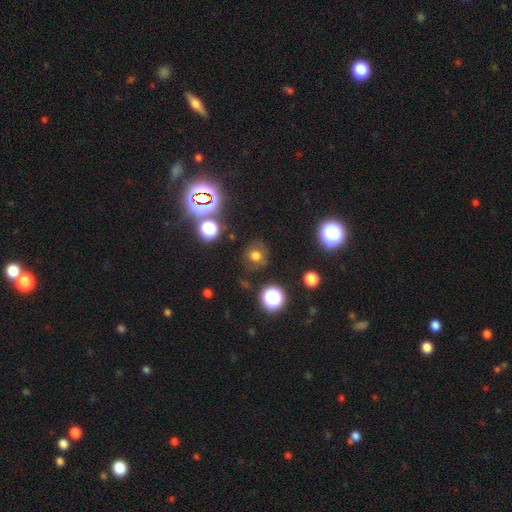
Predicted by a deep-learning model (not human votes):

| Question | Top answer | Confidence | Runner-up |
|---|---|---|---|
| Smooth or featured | smooth | 66% | star or artifact (24%) |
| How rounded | round | 88% | in between (11%) |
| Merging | none | 79% | minor disturbance (12%) |